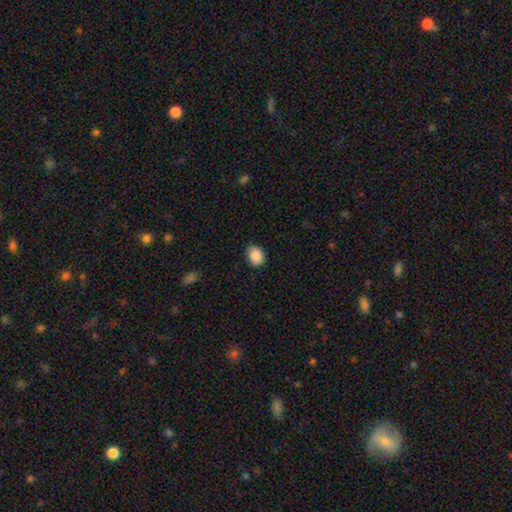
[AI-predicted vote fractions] The model was most divided on "how rounded": in between: 59%, round: 40%, cigar-shaped: 1%. More confident: smooth or featured — smooth (89%); merging — none (81%).